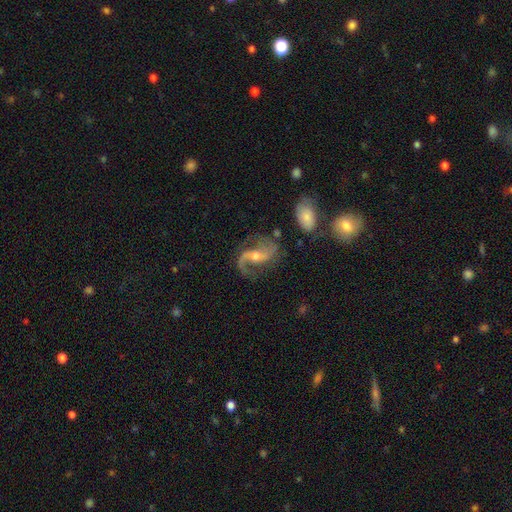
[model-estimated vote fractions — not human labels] Smooth or featured? Predicted: featured or disk (p=0.89). Edge-on disk? Predicted: no (p=0.97). Bar? Predicted: weak (p=0.41). Spiral arms? Predicted: yes (p=0.97). Spiral winding? Predicted: loose (p=0.55). Spiral arm count? Predicted: 2 (p=0.90). Bulge size? Predicted: moderate (p=0.52). Merging? Predicted: none (p=0.70).